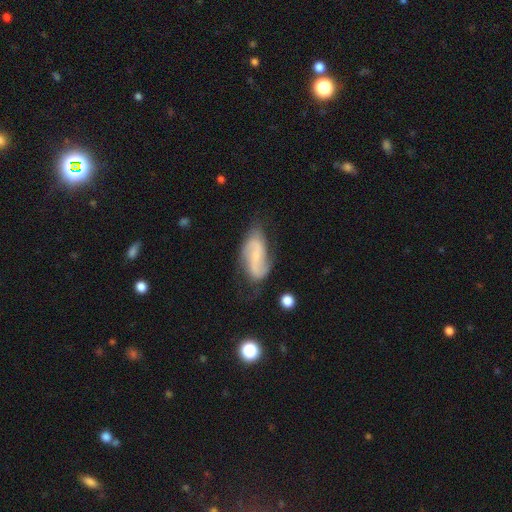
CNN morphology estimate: The model was most divided on "bar": weak: 42%, no: 39%, strong: 20%. Remaining: edge-on disk — no (95%); spiral arms — yes (93%); spiral arm count — 2 (87%); smooth or featured — featured or disk (74%); merging — none (66%); bulge size — small (66%); spiral winding — loose (44%).